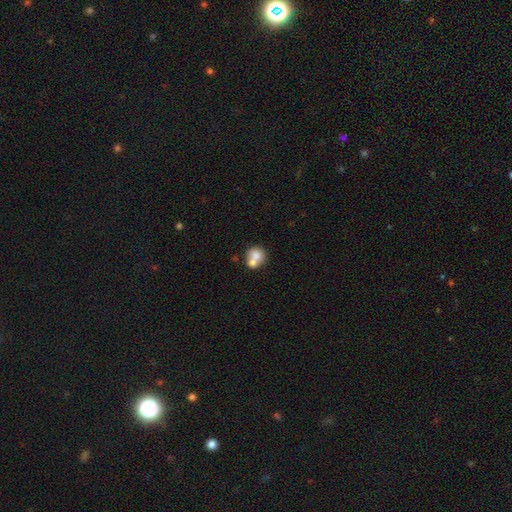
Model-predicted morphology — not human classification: A smooth galaxy with no disk features (74%) that is round (79%). Merging: merger (49%).